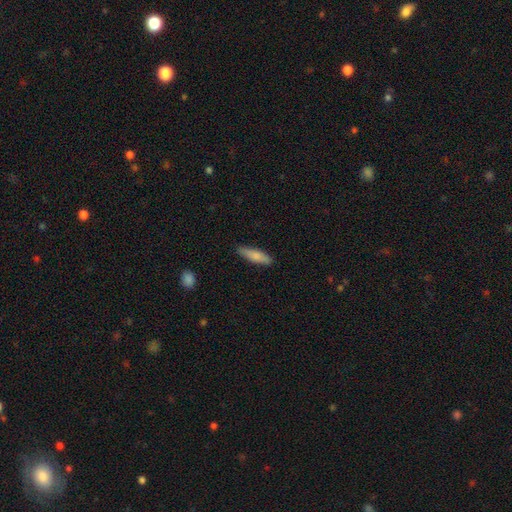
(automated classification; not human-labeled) Smooth or featured?
  - smooth: 78% *
  - featured or disk: 16%
  - star or artifact: 6%
How rounded?
  - cigar-shaped: 64% *
  - in between: 34%
  - round: 2%
Merging?
  - none: 85% *
  - minor disturbance: 11%
  - major disturbance: 2%
  - merger: 1%